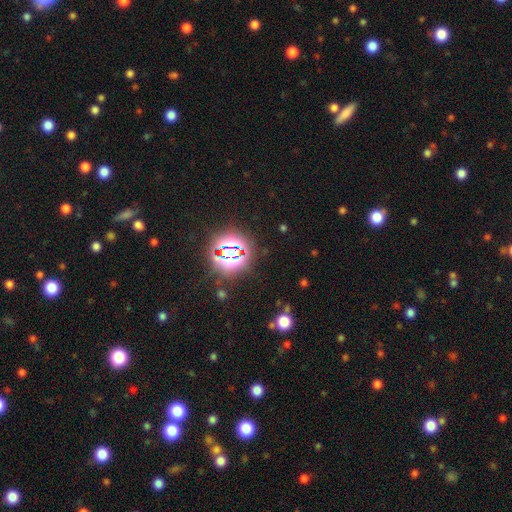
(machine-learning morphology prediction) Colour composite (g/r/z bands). It shows a star or artifact, not a galaxy (78%).